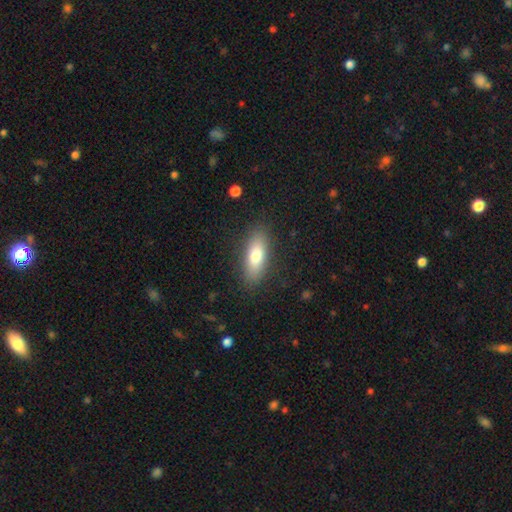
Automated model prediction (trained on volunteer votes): This is likely a smooth galaxy (78%). How rounded: likely in between (65%). Merging: clearly none (86%).